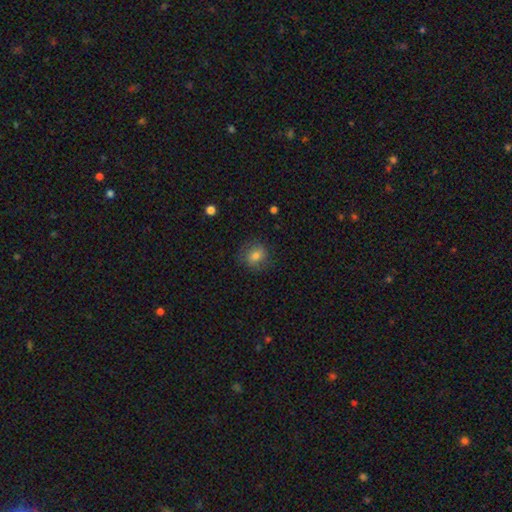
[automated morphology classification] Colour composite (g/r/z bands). It shows a smooth galaxy with no disk features (74%) that is round (65%). Merging: none (77%).